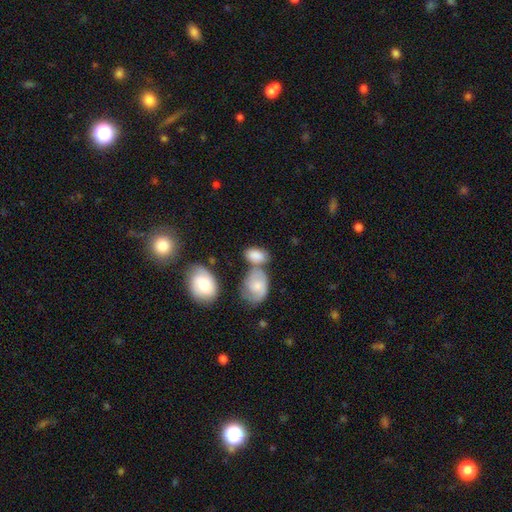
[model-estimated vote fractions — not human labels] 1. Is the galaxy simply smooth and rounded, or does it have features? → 78% smooth, 15% featured or disk, 7% star or artifact.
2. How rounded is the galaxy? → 87% in between, 10% round, 2% cigar-shaped.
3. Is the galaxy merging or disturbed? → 38% merger, 37% none, 17% minor disturbance, 8% major disturbance.